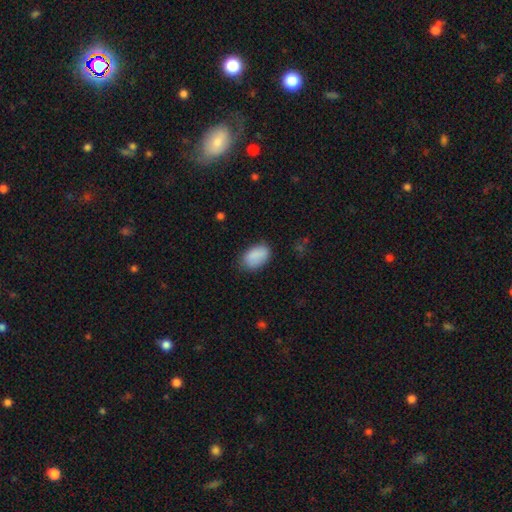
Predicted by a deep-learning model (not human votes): Q: Smooth or featured?
A: smooth (87%); runner-up: star or artifact (7%)
Q: How rounded?
A: in between (91%); runner-up: round (8%)
Q: Merging?
A: none (75%); runner-up: minor disturbance (19%)